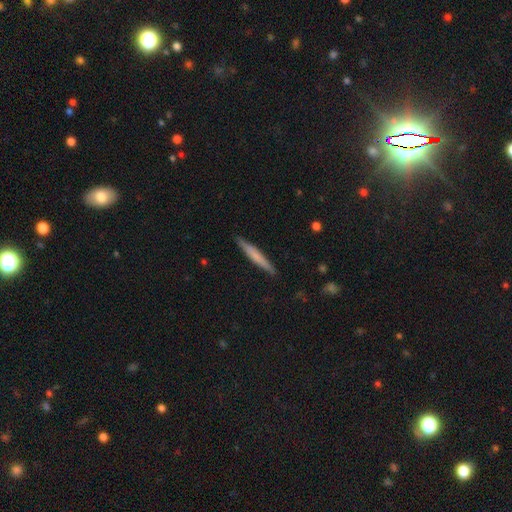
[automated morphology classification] Smooth or featured? smooth (60%)
How rounded? cigar-shaped (96%)
Merging? none (90%)